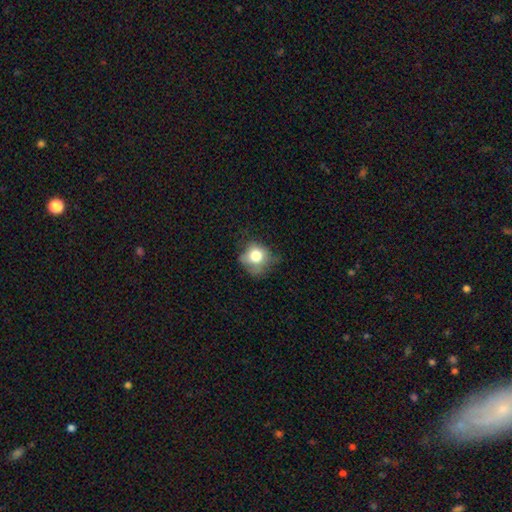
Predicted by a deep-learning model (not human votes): A smooth galaxy with no disk features (73%) that is round (72%).

Vote fractions:
- Smooth or featured? smooth: 73% / featured or disk: 16% / star or artifact: 11%
- How rounded? round: 72% / in between: 27% / cigar-shaped: 1%
- Merging? none: 45% / minor disturbance: 33% / major disturbance: 19% / merger: 2%